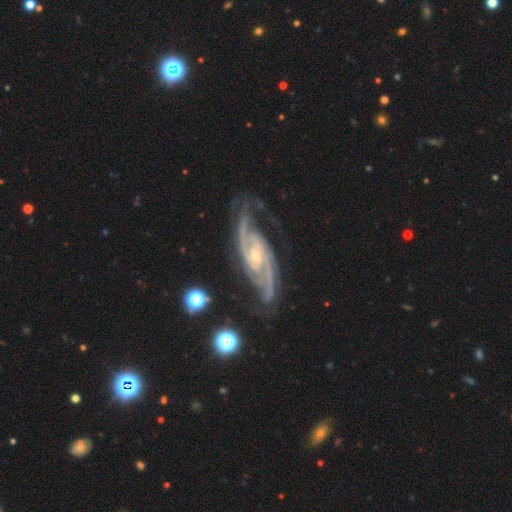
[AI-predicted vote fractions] Smooth or featured: featured or disk — 93% (star or artifact — 5%)
Edge-on disk: no — 95% (yes — 5%)
Bar: no — 44% (weak — 37%)
Spiral arms: yes — 99% (no — 1%)
Spiral winding: medium — 54% (tight — 35%)
Spiral arm count: 2 — 79% (3 — 9%)
Bulge size: small — 71% (moderate — 25%)
Merging: none — 75% (minor disturbance — 16%)